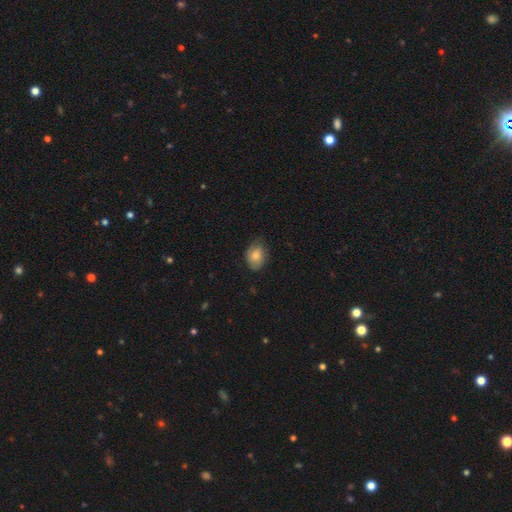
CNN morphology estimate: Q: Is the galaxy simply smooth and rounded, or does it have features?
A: smooth — 74%.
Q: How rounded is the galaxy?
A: in between — 73%.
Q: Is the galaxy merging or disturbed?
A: none — 67%.